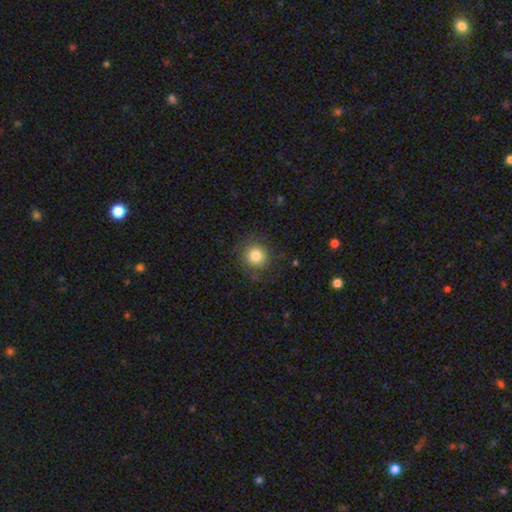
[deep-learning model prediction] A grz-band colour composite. It shows a smooth galaxy with no disk features (82%) that is round (92%). Merging: none (85%).